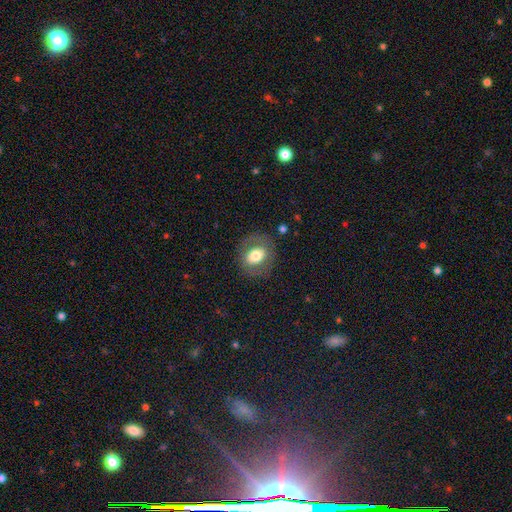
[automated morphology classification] type=smooth (60%); roundness=round (50%); merging=none (77%).